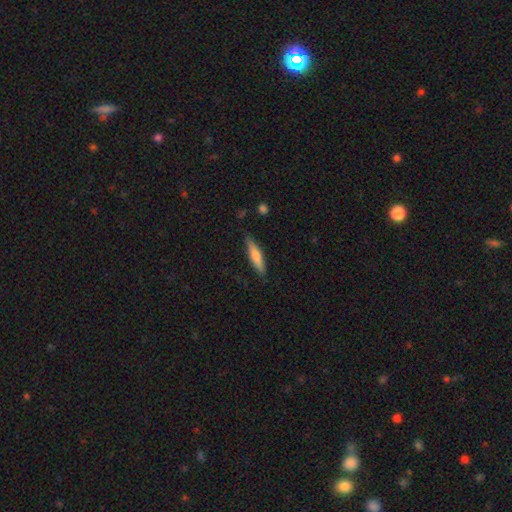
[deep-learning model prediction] smooth 68%, featured or disk 27%, star or artifact 6%. Down the decision tree: how rounded — cigar-shaped (81%); merging — none (82%).